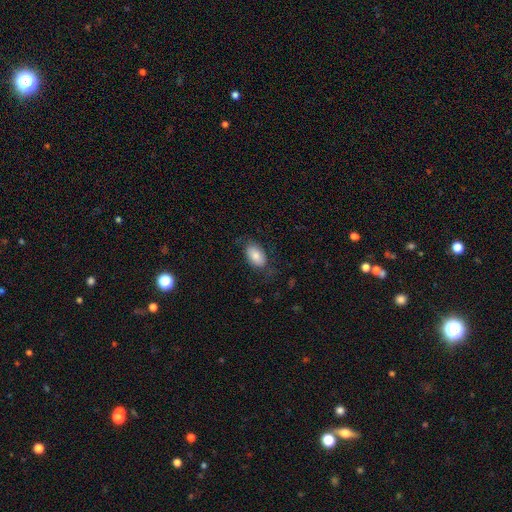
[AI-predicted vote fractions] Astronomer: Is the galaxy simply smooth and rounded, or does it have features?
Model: smooth — 81%.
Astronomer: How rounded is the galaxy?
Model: in between — 93%.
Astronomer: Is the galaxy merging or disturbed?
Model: none — 72%.